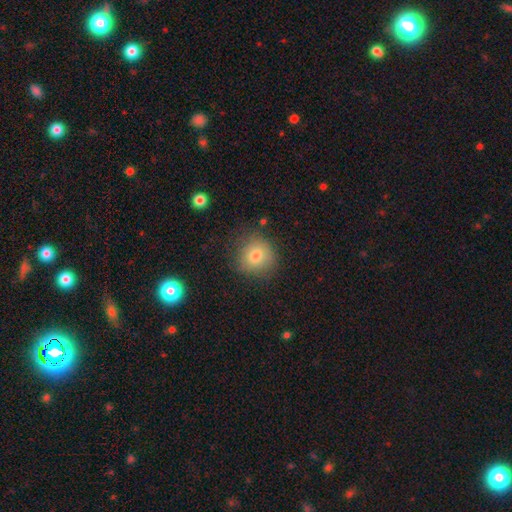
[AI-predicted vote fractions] smooth 79%, featured or disk 11%, star or artifact 11%. Down the decision tree: how rounded — round (87%); merging — none (76%).